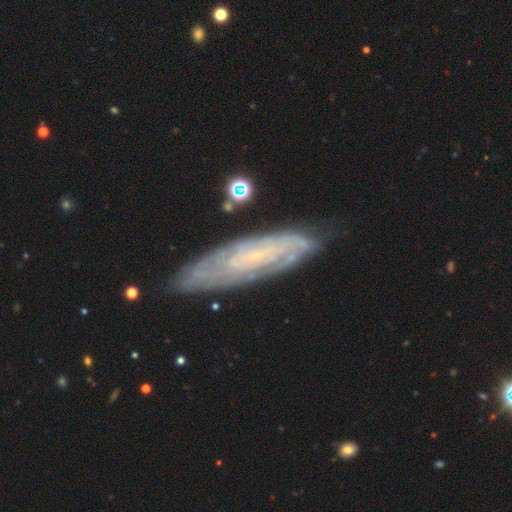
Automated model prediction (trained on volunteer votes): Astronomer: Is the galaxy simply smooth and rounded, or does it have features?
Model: featured or disk — 73%.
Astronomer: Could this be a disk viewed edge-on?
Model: no — 75%.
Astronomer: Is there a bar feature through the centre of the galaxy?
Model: no — 64%.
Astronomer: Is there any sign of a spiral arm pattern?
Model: yes — 88%.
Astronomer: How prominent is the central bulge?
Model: small — 77%.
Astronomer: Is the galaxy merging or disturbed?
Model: none — 78%.